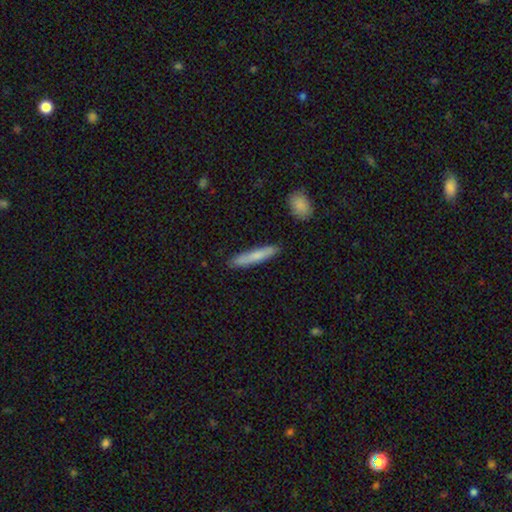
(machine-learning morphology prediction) Smooth or featured? smooth (74%)
How rounded? cigar-shaped (92%)
Merging? none (86%)